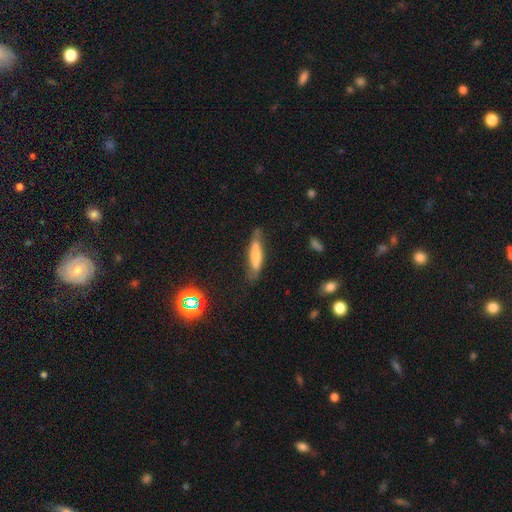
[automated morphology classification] This is possibly a smooth galaxy (59%). How rounded: likely cigar-shaped (77%). Merging: likely none (64%).